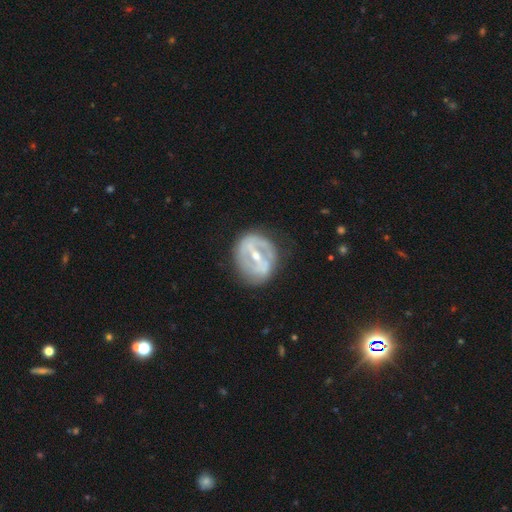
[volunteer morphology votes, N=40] This appears to be a featured or disk galaxy (90%) with a strong bar (74%), 2 (83%) tight (46%) spiral arms (69%) and a moderate central bulge (54%). Merging: none (63%).